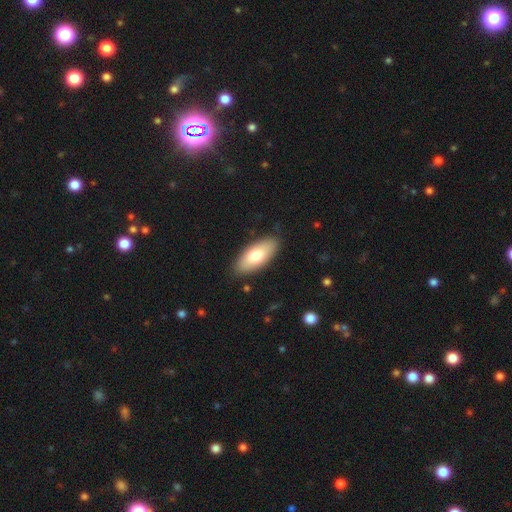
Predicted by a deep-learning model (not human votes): Smooth or featured? smooth (75%)
How rounded? in between (87%)
Merging? none (86%)